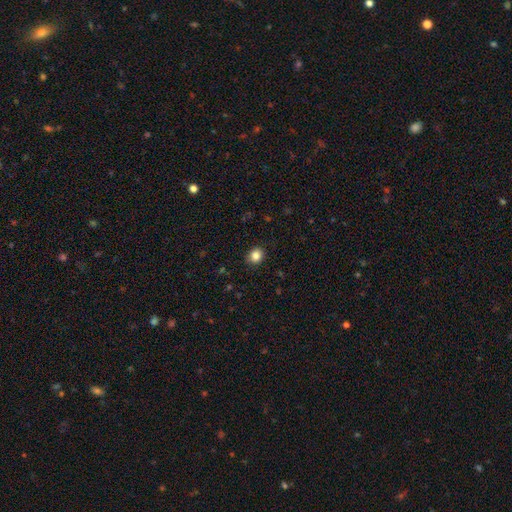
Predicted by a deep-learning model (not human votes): Smooth or featured? Predicted: smooth (p=0.85). How rounded? Predicted: round (p=0.73). Merging? Predicted: none (p=0.89).